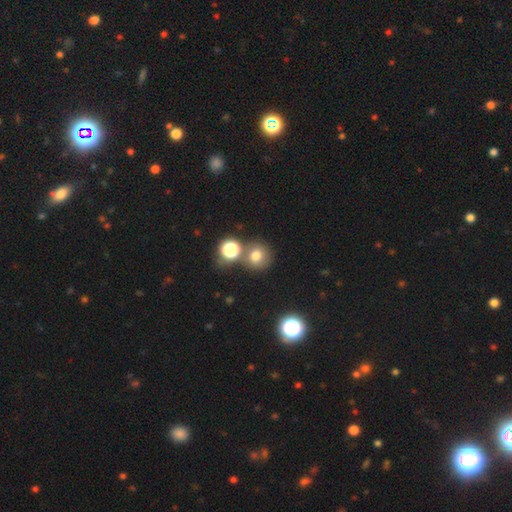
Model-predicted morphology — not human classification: A smooth galaxy with no disk features (72%) that is round (89%).

Vote fractions:
- Smooth or featured? smooth: 72% / star or artifact: 18% / featured or disk: 10%
- How rounded? round: 89% / in between: 10% / cigar-shaped: 1%
- Merging? none: 64% / merger: 22% / minor disturbance: 10% / major disturbance: 4%